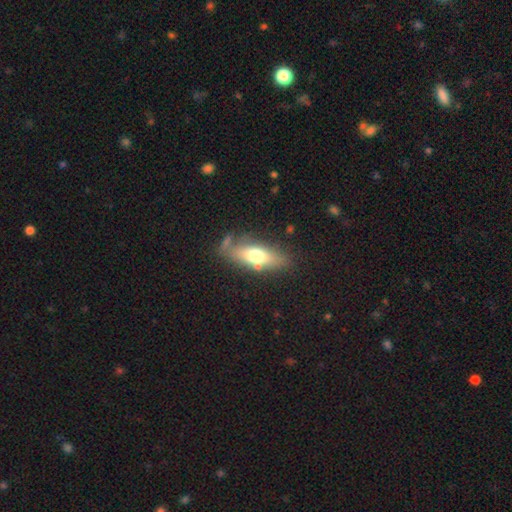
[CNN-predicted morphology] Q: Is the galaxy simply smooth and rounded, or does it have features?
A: smooth — 61%.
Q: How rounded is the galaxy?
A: in between — 64%.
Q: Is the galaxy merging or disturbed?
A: none — 67%.